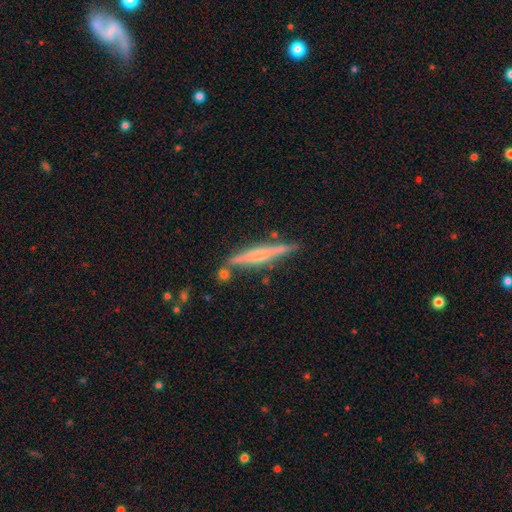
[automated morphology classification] A featured or disk galaxy (63%) viewed edge-on (96%) with a rounded central bulge (60%). Merging: none (79%).